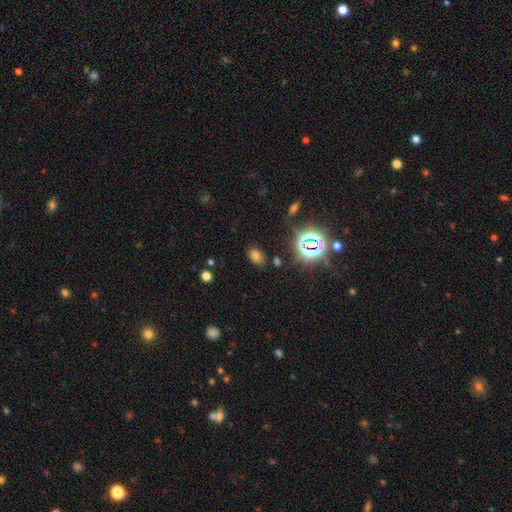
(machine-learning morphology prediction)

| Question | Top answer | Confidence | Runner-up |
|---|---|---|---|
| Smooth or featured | smooth | 63% | star or artifact (29%) |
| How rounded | in between | 83% | round (15%) |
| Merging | none | 81% | minor disturbance (12%) |